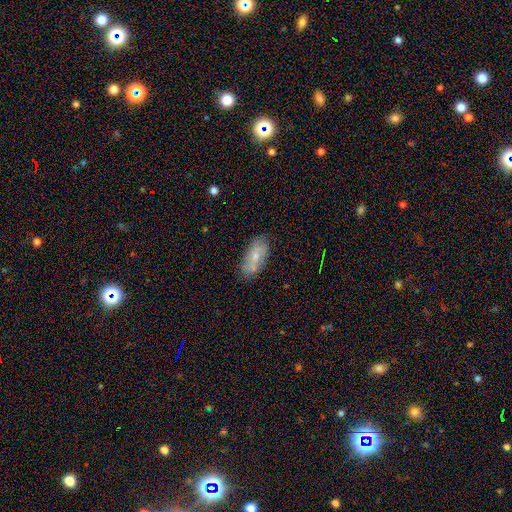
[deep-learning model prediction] A smooth galaxy with no disk features (56%) that is in between round and cigar-shaped (84%). Merging: none (76%).